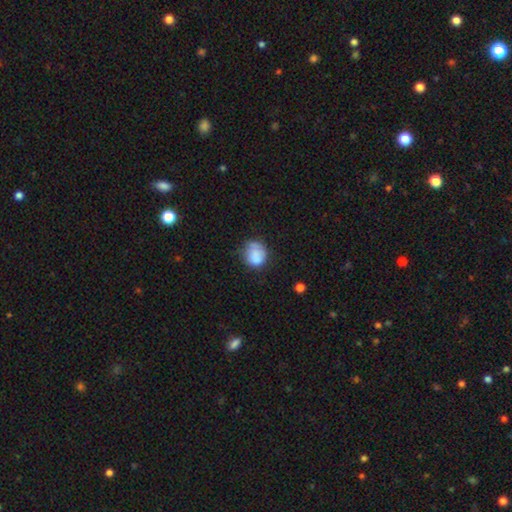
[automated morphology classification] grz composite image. It shows a smooth galaxy with no disk features (78%) that is round (65%). Merging: none (51%).